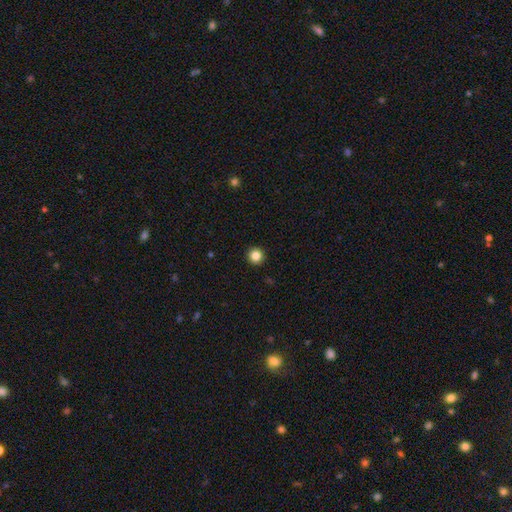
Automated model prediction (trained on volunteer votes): This is clearly a smooth galaxy (85%). How rounded: clearly round (96%). Merging: clearly none (94%).